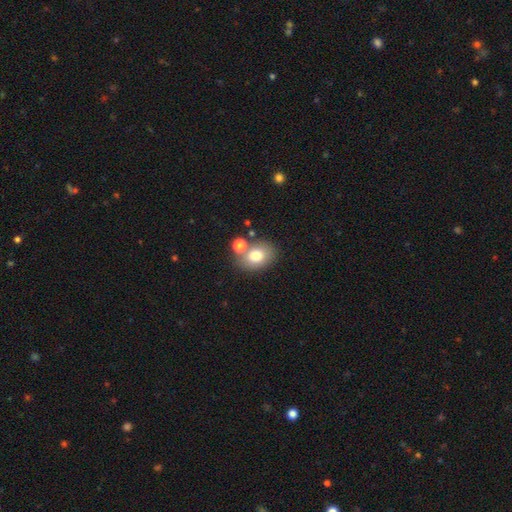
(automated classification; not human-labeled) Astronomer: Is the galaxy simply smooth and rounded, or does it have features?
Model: smooth — 76%.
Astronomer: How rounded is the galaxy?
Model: in between — 63%.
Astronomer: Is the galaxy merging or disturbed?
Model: none — 63%.